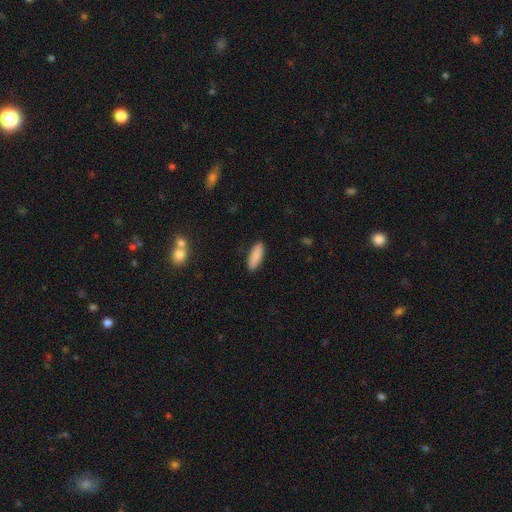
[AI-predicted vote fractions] smooth 86%, featured or disk 8%, star or artifact 6%. Down the decision tree: how rounded — in between (58%); merging — none (87%).